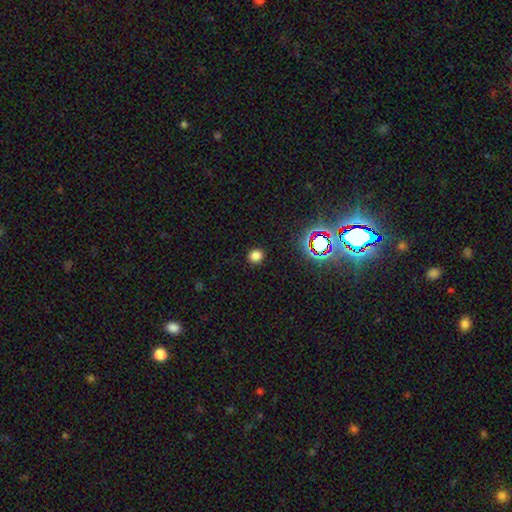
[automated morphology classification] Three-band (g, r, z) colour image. It shows a smooth galaxy with no disk features (78%) that is round (86%). Merging: none (90%).